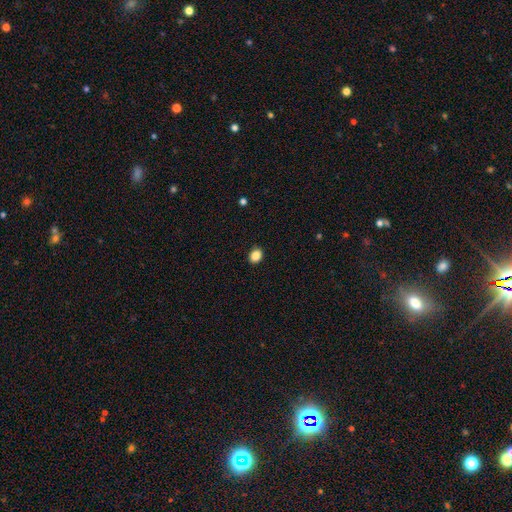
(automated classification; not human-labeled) This is clearly a smooth galaxy (87%). How rounded: possibly round (52%). Merging: clearly none (91%).